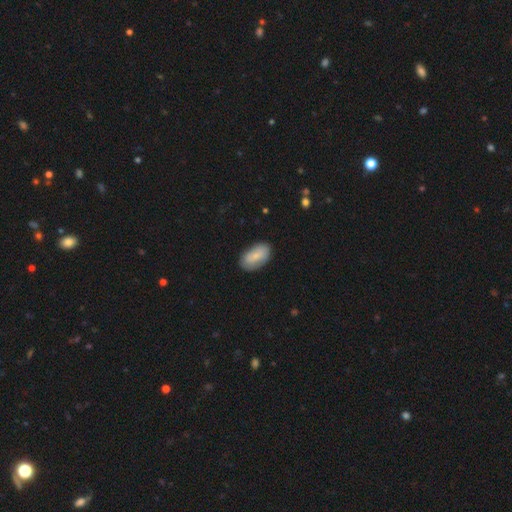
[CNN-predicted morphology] type=smooth (76%); roundness=in between (94%); merging=none (76%).